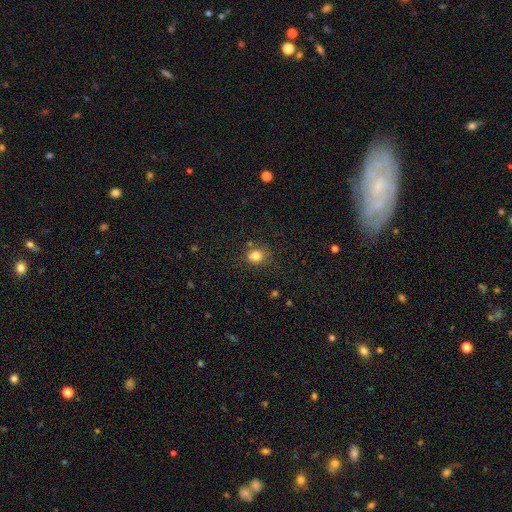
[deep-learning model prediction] The model was most divided on "how rounded": round: 68%, in between: 31%, cigar-shaped: 1%. More confident: smooth or featured — smooth (78%); merging — none (67%).